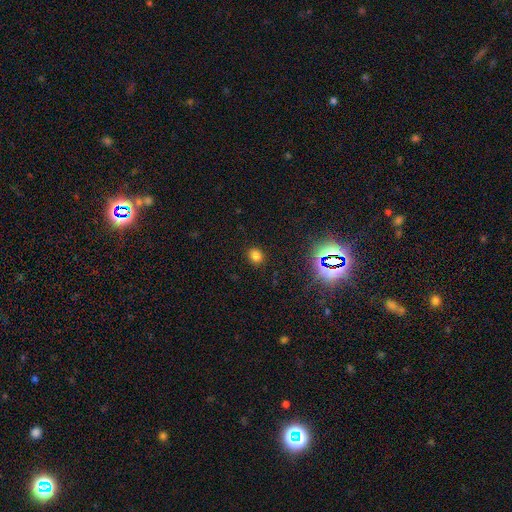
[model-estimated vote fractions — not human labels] smooth 77%, star or artifact 18%, featured or disk 5%. Down the decision tree: how rounded — round (68%); merging — none (89%).